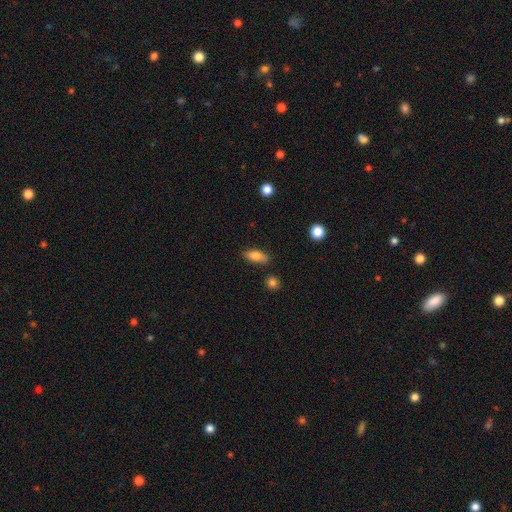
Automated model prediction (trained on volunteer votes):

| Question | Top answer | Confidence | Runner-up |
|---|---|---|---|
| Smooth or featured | smooth | 82% | featured or disk (10%) |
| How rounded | in between | 83% | cigar-shaped (13%) |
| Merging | none | 74% | minor disturbance (18%) |